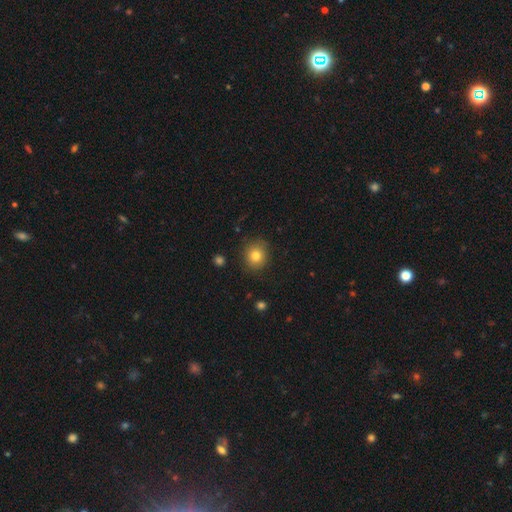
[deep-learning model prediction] This appears to be a smooth galaxy with no disk features (81%) that is round (84%). Merging: none (87%).